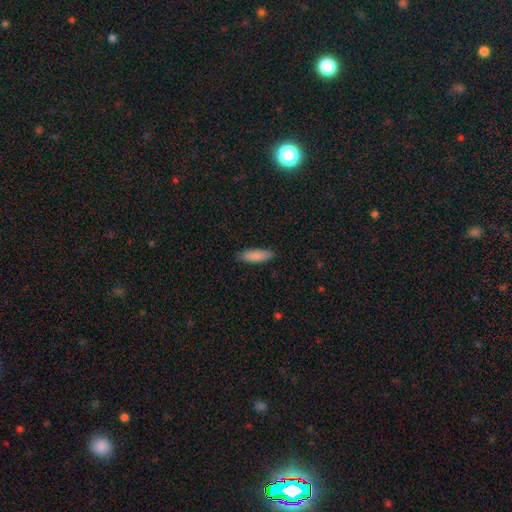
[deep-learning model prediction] smooth 87%, featured or disk 7%, star or artifact 6%. Down the decision tree: how rounded — in between (50%); merging — none (86%).